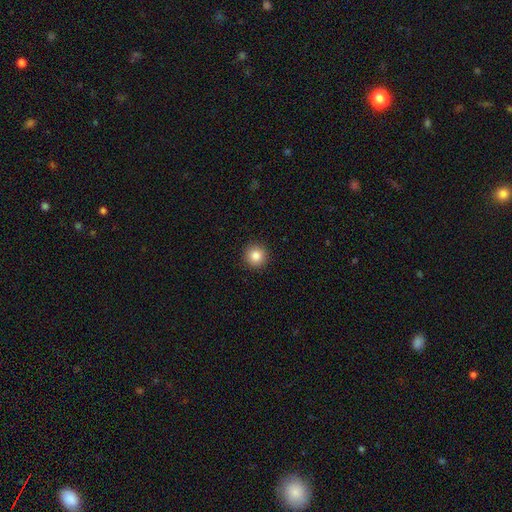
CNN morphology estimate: The model was most divided on "smooth or featured": smooth: 85%, star or artifact: 10%, featured or disk: 5%. More confident: how rounded — round (95%); merging — none (93%).